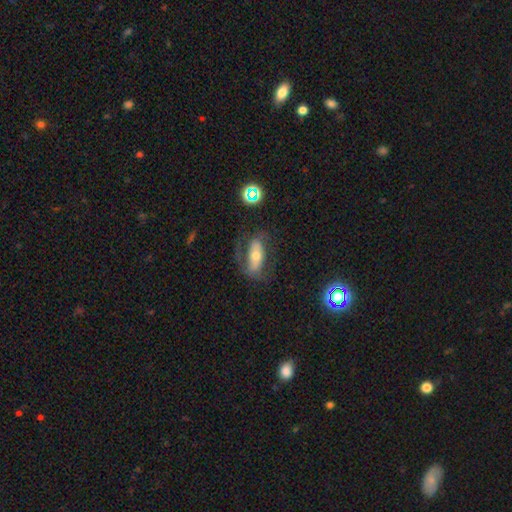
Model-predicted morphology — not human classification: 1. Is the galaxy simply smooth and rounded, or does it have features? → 56% featured or disk, 33% smooth, 11% star or artifact.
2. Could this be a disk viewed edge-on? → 78% no, 22% yes.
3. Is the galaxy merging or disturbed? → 59% none, 19% minor disturbance, 19% major disturbance, 3% merger.